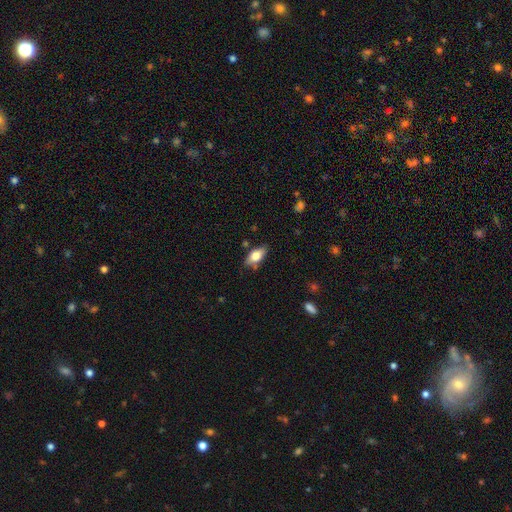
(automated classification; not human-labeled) Q: Smooth or featured?
A: smooth (70%); runner-up: featured or disk (23%)
Q: How rounded?
A: in between (84%); runner-up: cigar-shaped (12%)
Q: Merging?
A: none (77%); runner-up: minor disturbance (17%)